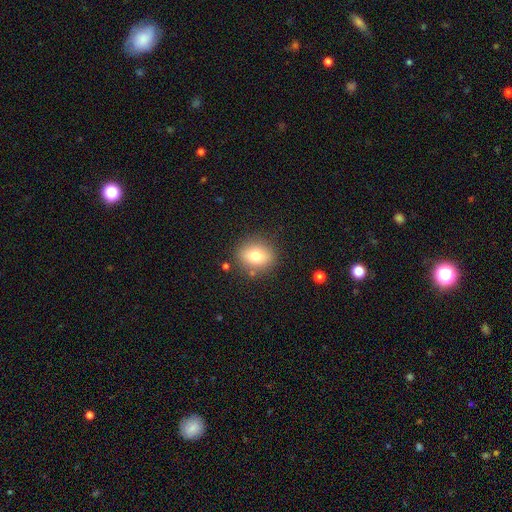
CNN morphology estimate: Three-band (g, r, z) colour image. It shows a smooth galaxy with no disk features (75%) that is round (63%). Merging: none (84%).